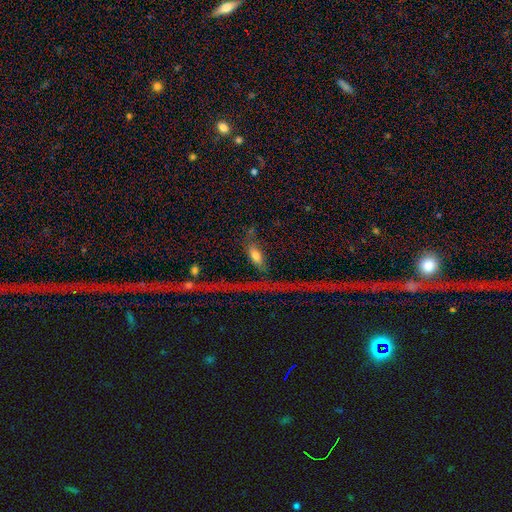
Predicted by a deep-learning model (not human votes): Overall: smooth (53%; featured or disk 32%). How rounded: in between (68%). Merging: none (54%; major disturbance 19%).